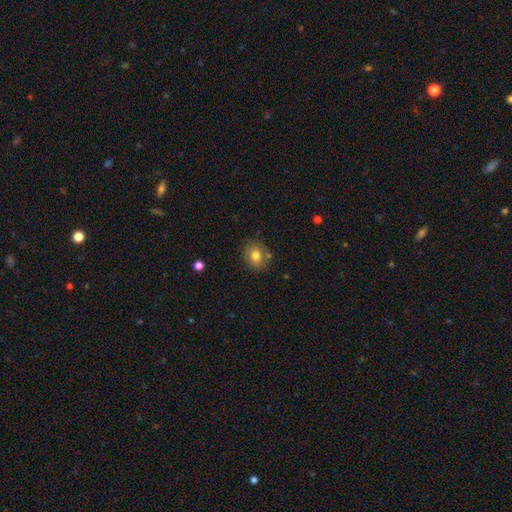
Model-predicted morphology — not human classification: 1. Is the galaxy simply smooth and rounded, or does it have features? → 74% smooth, 16% featured or disk, 10% star or artifact.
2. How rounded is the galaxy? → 60% round, 39% in between, 1% cigar-shaped.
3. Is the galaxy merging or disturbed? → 75% none, 14% minor disturbance, 7% merger, 4% major disturbance.